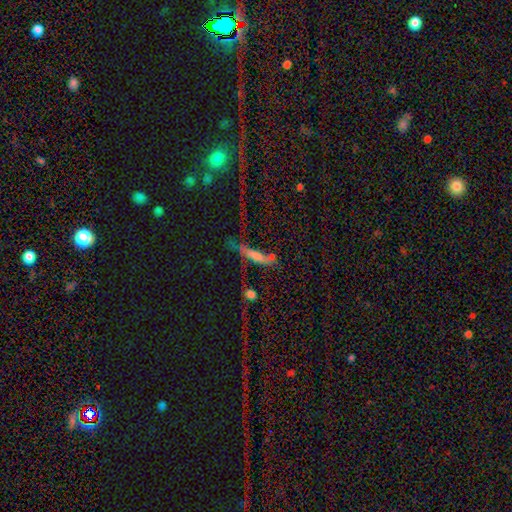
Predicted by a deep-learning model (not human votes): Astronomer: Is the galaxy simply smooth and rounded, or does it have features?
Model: smooth — 49% (runner-up: featured or disk, 29%).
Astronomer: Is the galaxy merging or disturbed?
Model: none — 51%.